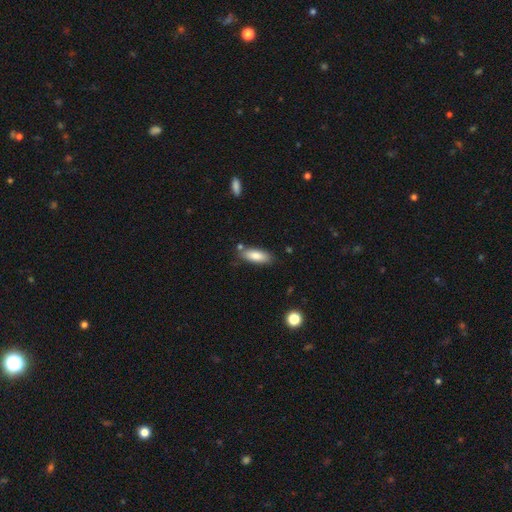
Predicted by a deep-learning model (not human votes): smooth 82%, featured or disk 11%, star or artifact 7%. Down the decision tree: how rounded — in between (71%); merging — none (77%).